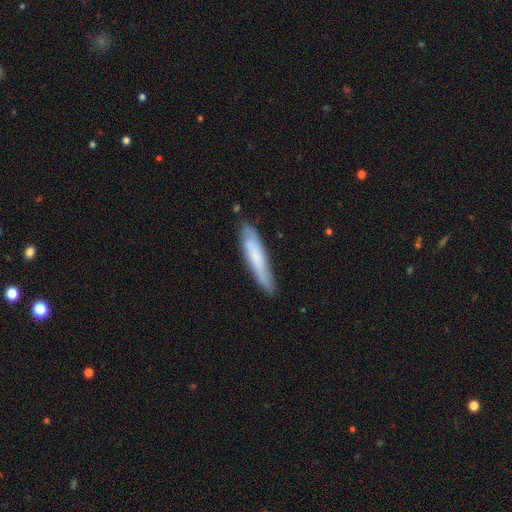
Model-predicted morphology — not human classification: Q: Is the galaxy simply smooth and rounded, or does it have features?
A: smooth — 62%.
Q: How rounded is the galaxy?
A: cigar-shaped — 89%.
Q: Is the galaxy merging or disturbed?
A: none — 79%.